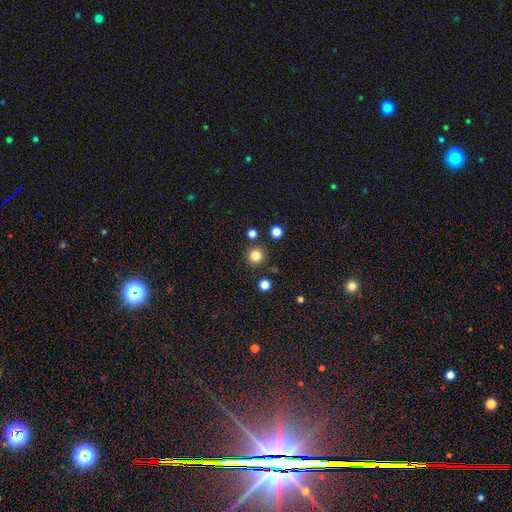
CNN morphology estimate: This is clearly a smooth galaxy (81%). How rounded: clearly round (94%). Merging: clearly none (88%).